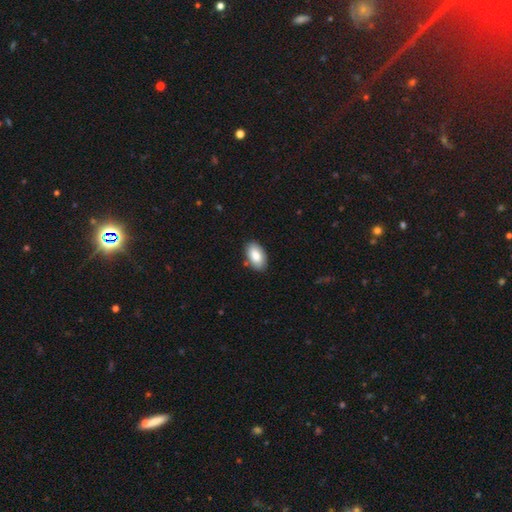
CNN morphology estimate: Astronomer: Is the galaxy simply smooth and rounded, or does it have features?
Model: smooth — 84%.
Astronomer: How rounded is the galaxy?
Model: in between — 95%.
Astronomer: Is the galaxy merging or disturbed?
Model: none — 84%.